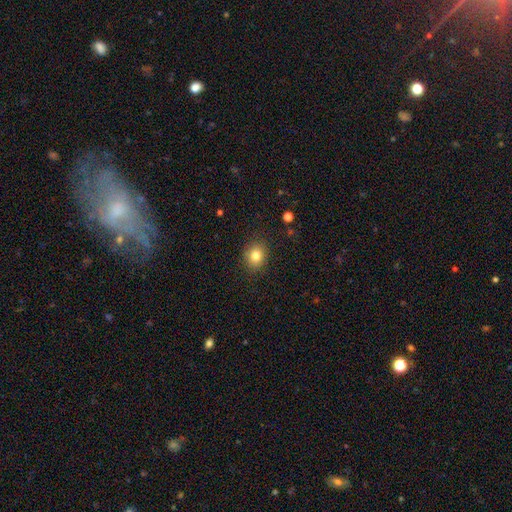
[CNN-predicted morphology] A smooth galaxy with no disk features (82%) that is round (64%).

Vote fractions:
- Smooth or featured? smooth: 82% / star or artifact: 11% / featured or disk: 8%
- How rounded? round: 64% / in between: 35% / cigar-shaped: 1%
- Merging? none: 87% / minor disturbance: 9% / major disturbance: 3% / merger: 1%